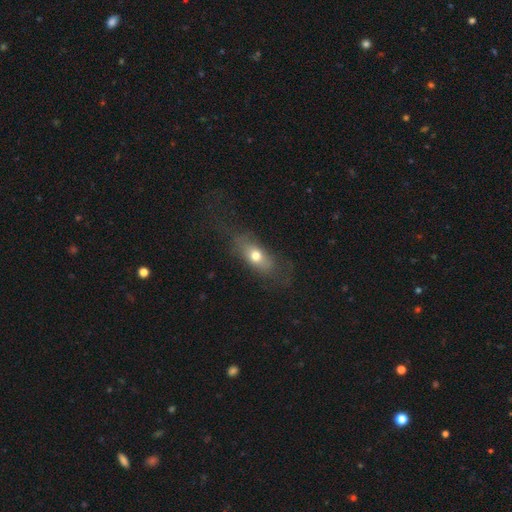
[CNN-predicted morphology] Smooth or featured: smooth — 65% (featured or disk — 26%)
How rounded: in between — 72% (cigar-shaped — 18%)
Merging: none — 59% (minor disturbance — 22%)